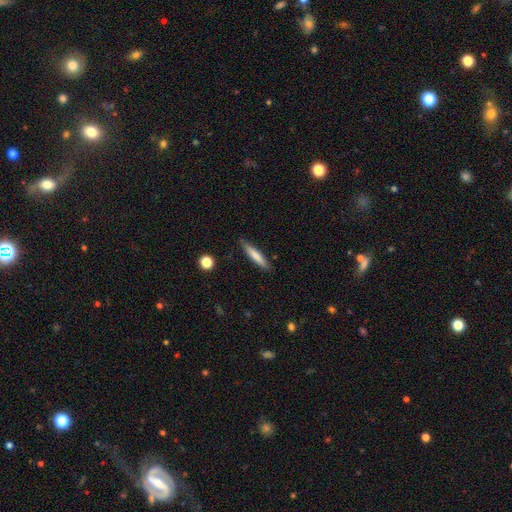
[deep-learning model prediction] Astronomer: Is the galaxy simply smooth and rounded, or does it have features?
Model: smooth — 72%.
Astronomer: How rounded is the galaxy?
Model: cigar-shaped — 91%.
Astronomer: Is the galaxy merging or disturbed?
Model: none — 85%.